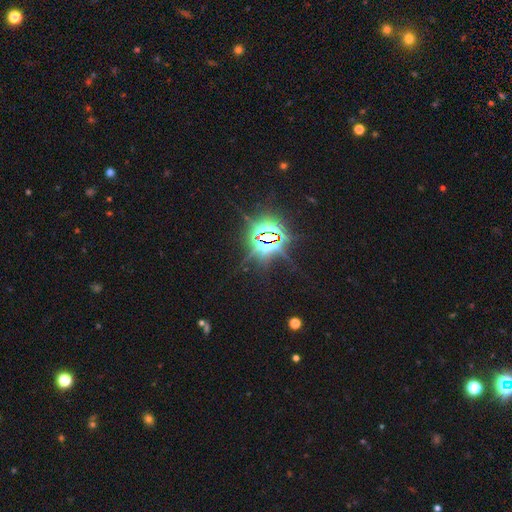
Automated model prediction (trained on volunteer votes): smooth_or_featured: star or artifact (p=0.86) [alt: smooth p=0.08]